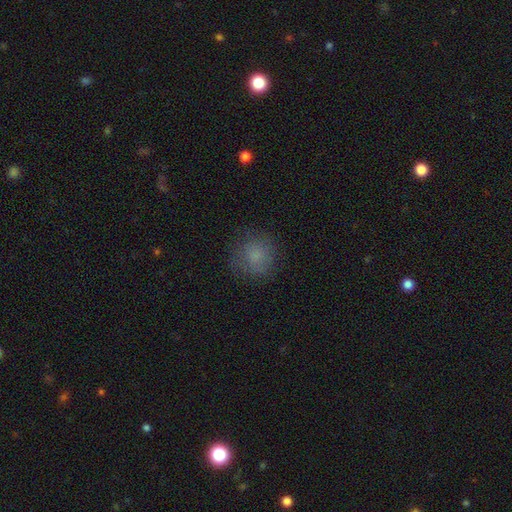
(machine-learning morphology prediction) This appears to be a smooth galaxy with no disk features (78%) that is round (89%). Merging: none (77%).